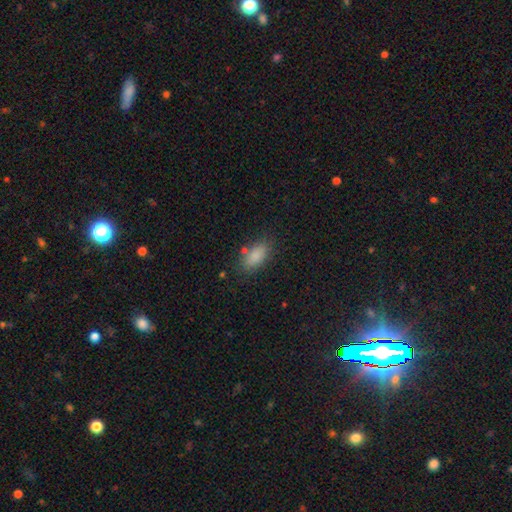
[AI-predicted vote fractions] smooth 86%, star or artifact 8%, featured or disk 6%. Down the decision tree: how rounded — in between (88%); merging — none (77%).